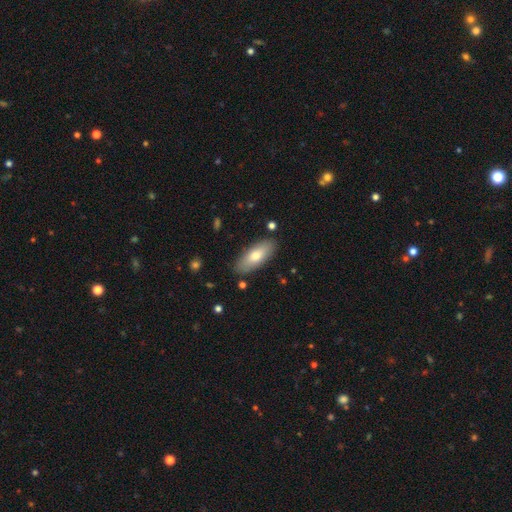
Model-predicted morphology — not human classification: smooth-or-featured: smooth: 71% | featured or disk: 23% | star or artifact: 6%
  how-rounded: in between: 80% | cigar-shaped: 18% | round: 2%
  merging: none: 86% | minor disturbance: 10% | major disturbance: 2% | merger: 2%